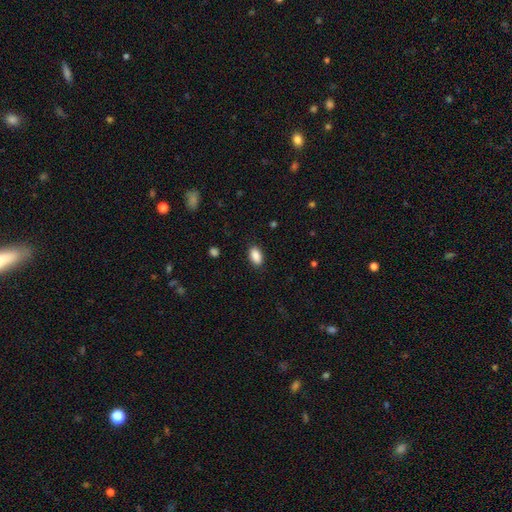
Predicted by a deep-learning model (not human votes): Smooth or featured? Predicted: smooth (p=0.89). How rounded? Predicted: in between (p=0.92). Merging? Predicted: none (p=0.88).